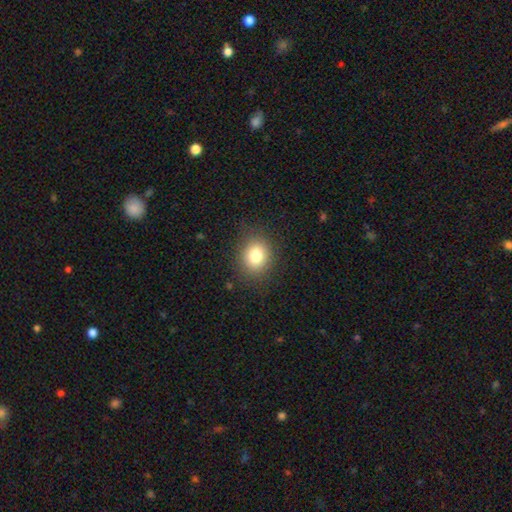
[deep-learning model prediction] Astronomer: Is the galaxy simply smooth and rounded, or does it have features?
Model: smooth — 79%.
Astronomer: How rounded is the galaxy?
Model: round — 67%.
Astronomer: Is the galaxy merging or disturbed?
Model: none — 86%.